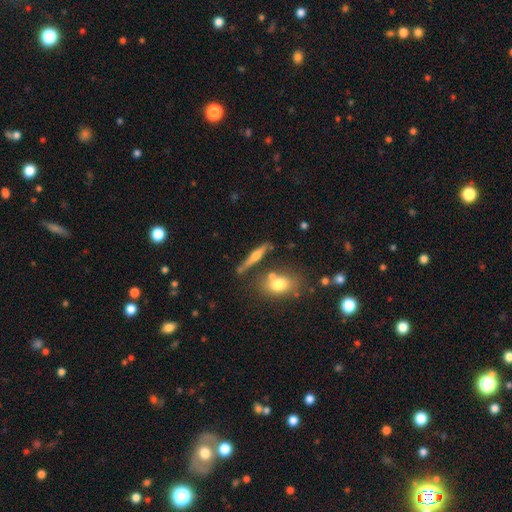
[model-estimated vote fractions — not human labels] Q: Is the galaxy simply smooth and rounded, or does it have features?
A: featured or disk — 60%.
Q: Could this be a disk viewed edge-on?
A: yes — 93%.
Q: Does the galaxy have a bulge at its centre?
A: rounded — 88%.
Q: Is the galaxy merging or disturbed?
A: none — 74%.